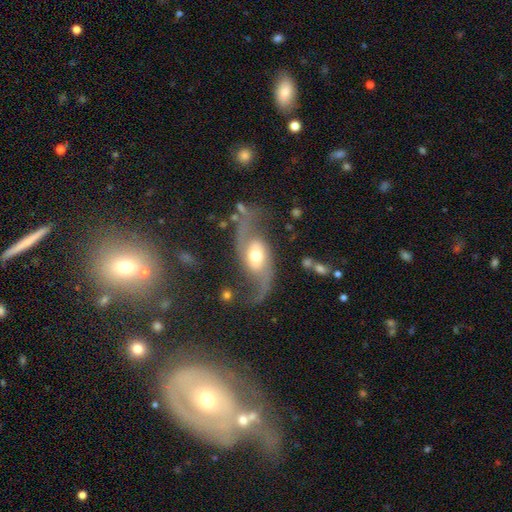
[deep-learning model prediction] A featured or disk galaxy (85%) with no bar (50%), 2 (93%) loose (74%) spiral arms (94%) and a moderate central bulge (66%). Merging: none (63%).